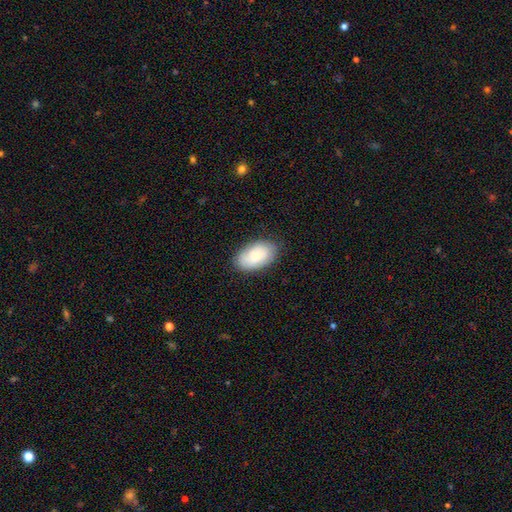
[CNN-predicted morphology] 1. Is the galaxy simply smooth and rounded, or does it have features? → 72% smooth, 22% featured or disk, 7% star or artifact.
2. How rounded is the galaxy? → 93% in between, 5% round, 1% cigar-shaped.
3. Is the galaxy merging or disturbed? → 80% none, 15% minor disturbance, 3% major disturbance, 1% merger.